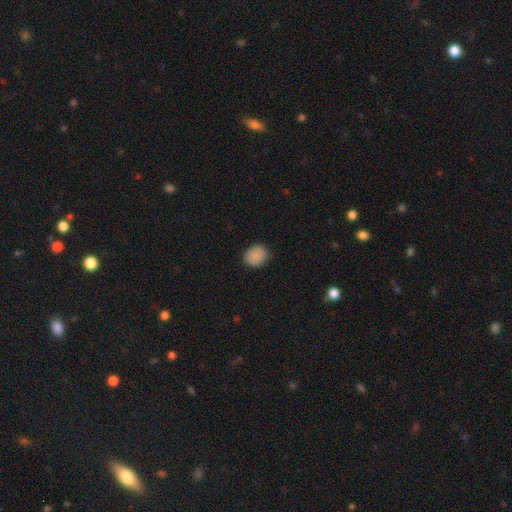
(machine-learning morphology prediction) A smooth galaxy with no disk features (88%) that is round (53%).

Vote fractions:
- Smooth or featured? smooth: 88% / star or artifact: 9% / featured or disk: 3%
- How rounded? round: 53% / in between: 46% / cigar-shaped: 1%
- Merging? none: 87% / minor disturbance: 10% / major disturbance: 2% / merger: 1%